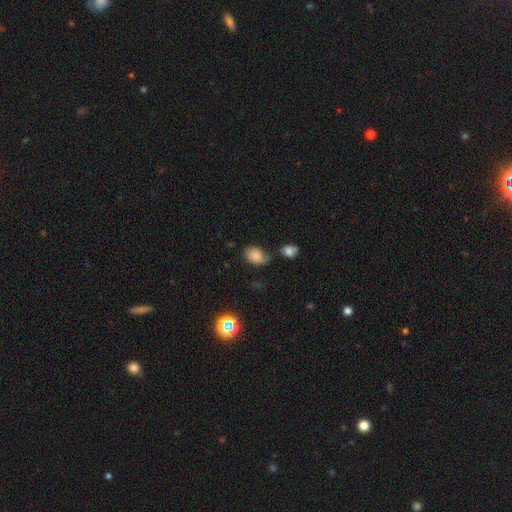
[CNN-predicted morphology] type=smooth (74%); roundness=in between (80%); merging=none (45%).